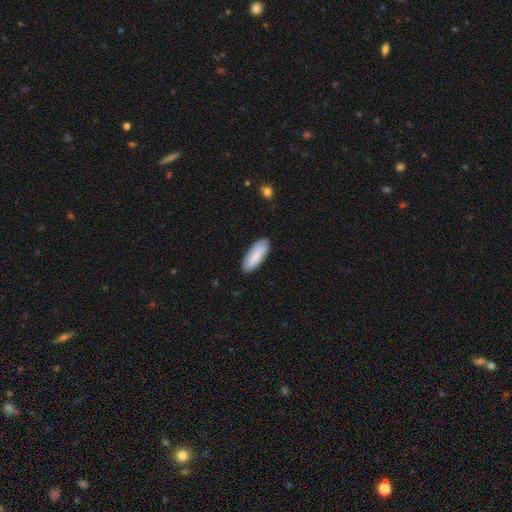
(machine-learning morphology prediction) The model was most divided on "how rounded": in between: 71%, cigar-shaped: 28%, round: 2%. More confident: merging — none (86%); smooth or featured — smooth (86%).